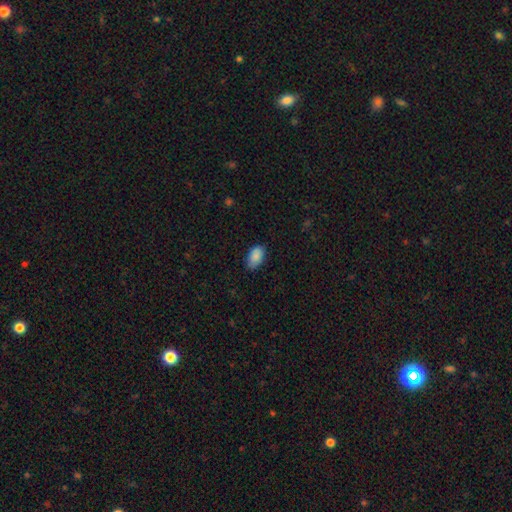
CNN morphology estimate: smooth-or-featured: smooth: 88% | star or artifact: 7% | featured or disk: 5%
  how-rounded: in between: 93% | round: 6% | cigar-shaped: 1%
  merging: none: 81% | minor disturbance: 15% | major disturbance: 3% | merger: 1%